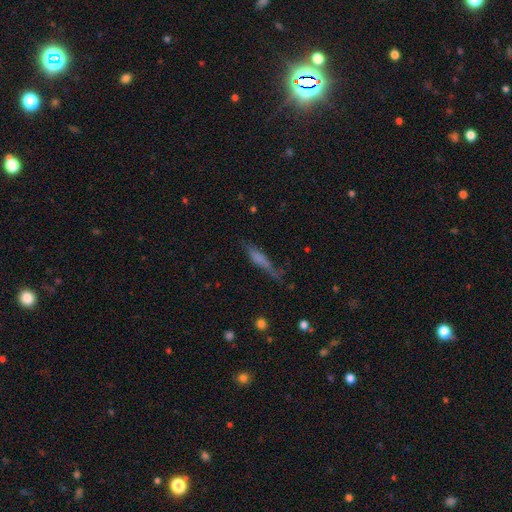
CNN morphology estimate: A smooth galaxy with no disk features (58%) that is cigar-shaped (82%).

Vote fractions:
- Smooth or featured? smooth: 58% / featured or disk: 30% / star or artifact: 12%
- How rounded? cigar-shaped: 82% / in between: 16% / round: 3%
- Merging? none: 54% / minor disturbance: 28% / major disturbance: 14% / merger: 4%